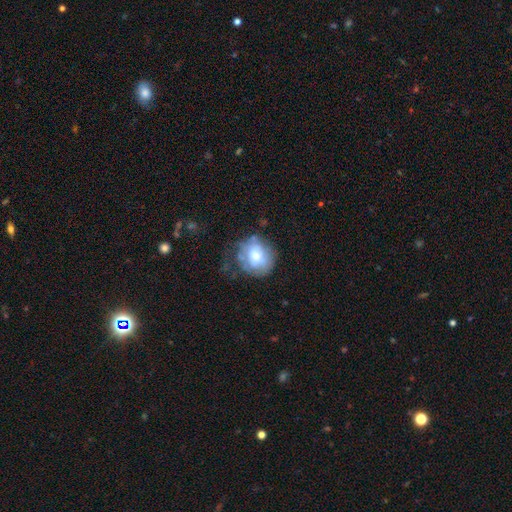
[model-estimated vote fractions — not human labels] smooth_or_featured: smooth (p=0.56) [alt: featured or disk p=0.36]
how_rounded: round (p=0.74) [alt: in between p=0.25]
merging: none (p=0.50) [alt: minor disturbance p=0.28]